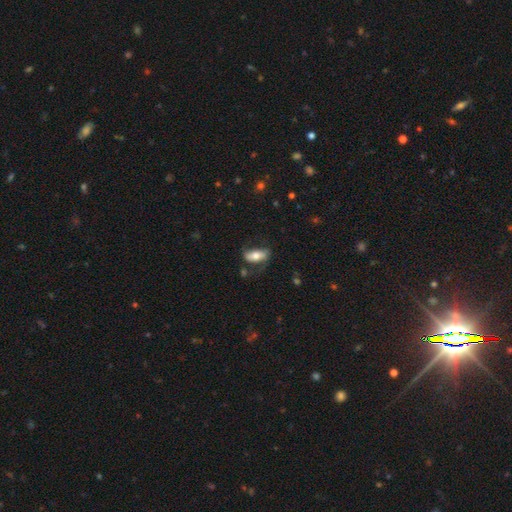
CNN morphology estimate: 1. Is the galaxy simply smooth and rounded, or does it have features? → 62% smooth, 32% featured or disk, 6% star or artifact.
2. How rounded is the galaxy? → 82% in between, 14% cigar-shaped, 4% round.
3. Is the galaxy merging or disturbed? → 62% none, 23% minor disturbance, 13% major disturbance, 3% merger.